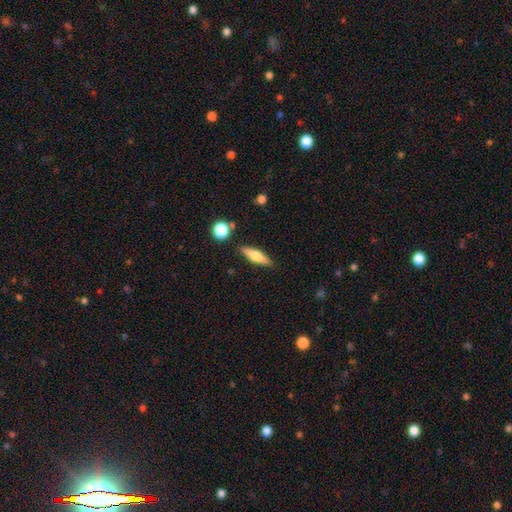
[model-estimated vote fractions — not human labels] smooth 58%, featured or disk 34%, star or artifact 7%. Down the decision tree: how rounded — cigar-shaped (67%); merging — none (84%).